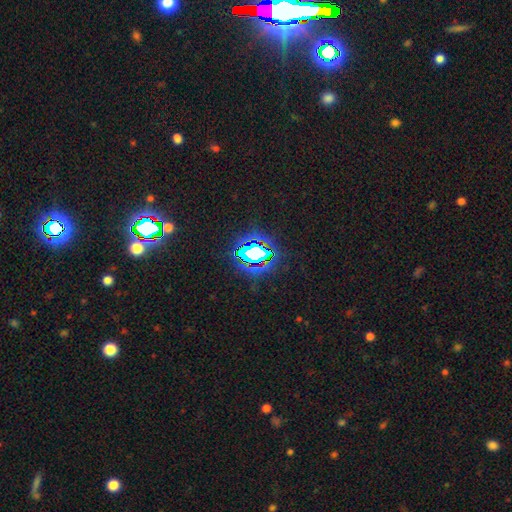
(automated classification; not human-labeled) A star or artifact, not a galaxy (70%).